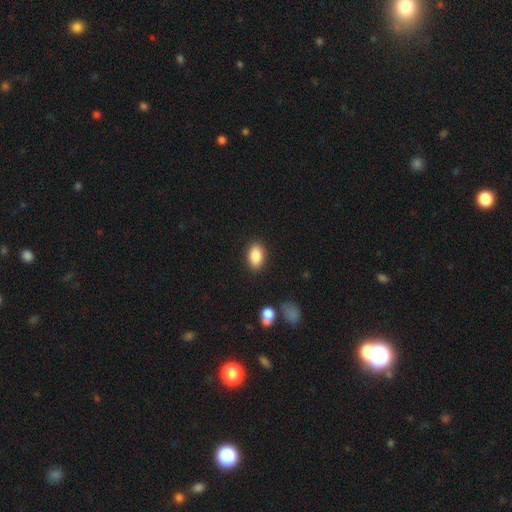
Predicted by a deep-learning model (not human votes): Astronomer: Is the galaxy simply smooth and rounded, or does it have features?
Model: smooth — 86%.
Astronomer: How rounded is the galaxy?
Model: in between — 88%.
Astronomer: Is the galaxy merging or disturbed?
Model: none — 87%.